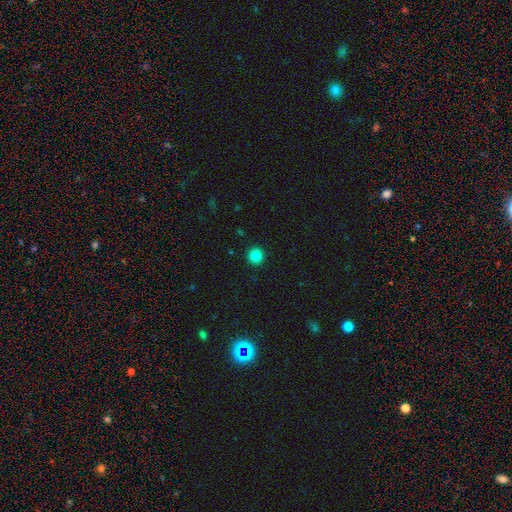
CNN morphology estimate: smooth 85%, star or artifact 11%, featured or disk 4%. Down the decision tree: how rounded — round (95%); merging — none (93%).